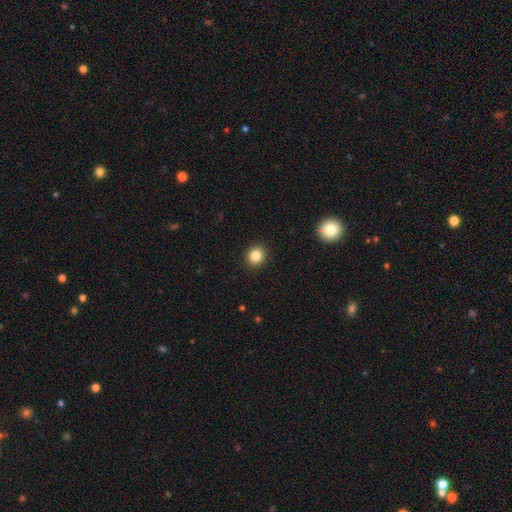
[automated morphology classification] Smooth or featured?
  - smooth: 84% *
  - star or artifact: 11%
  - featured or disk: 5%
How rounded?
  - round: 86% *
  - in between: 13%
  - cigar-shaped: 1%
Merging?
  - none: 92% *
  - minor disturbance: 5%
  - major disturbance: 2%
  - merger: 1%